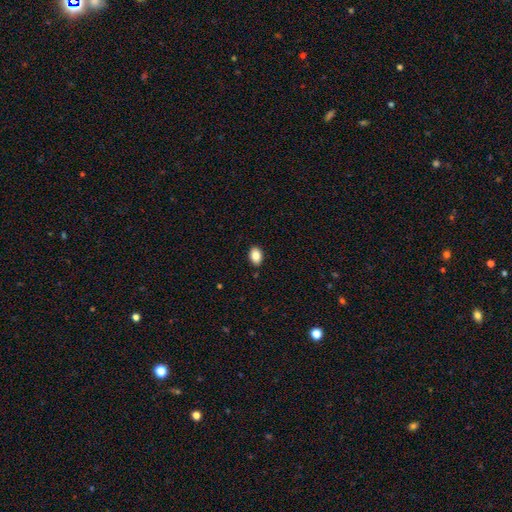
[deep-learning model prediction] Smooth or featured?
  - smooth: 87% *
  - star or artifact: 8%
  - featured or disk: 5%
How rounded?
  - in between: 83% *
  - round: 16%
  - cigar-shaped: 1%
Merging?
  - none: 88% *
  - minor disturbance: 9%
  - major disturbance: 2%
  - merger: 1%